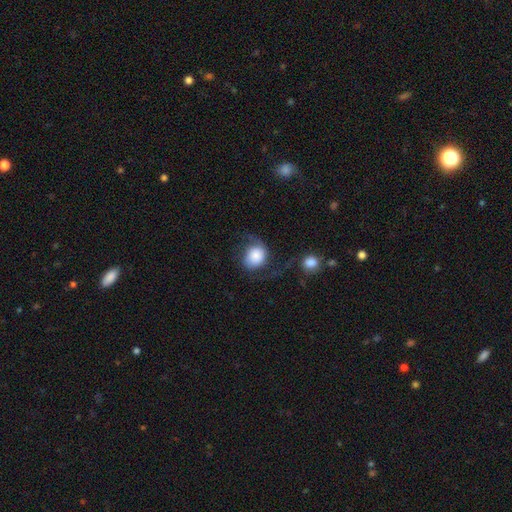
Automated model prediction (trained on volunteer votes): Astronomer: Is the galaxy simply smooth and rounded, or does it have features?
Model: smooth — 56% (runner-up: featured or disk, 35%).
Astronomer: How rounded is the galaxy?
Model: round — 68%.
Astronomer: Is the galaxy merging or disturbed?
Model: none — 44% (runner-up: major disturbance, 27%).